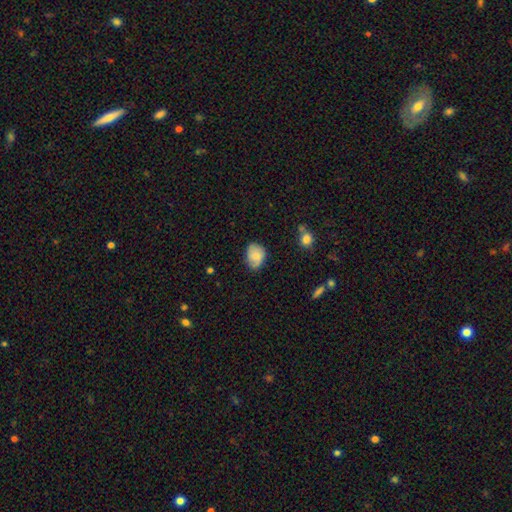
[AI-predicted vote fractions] Overall: smooth (72%). How rounded: in between (66%; round 33%). Merging: none (62%; minor disturbance 30%).